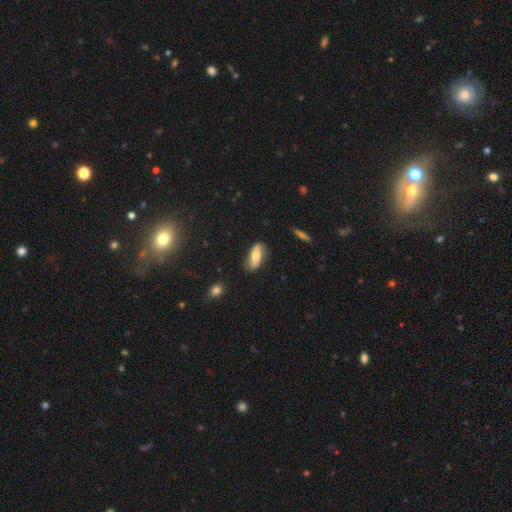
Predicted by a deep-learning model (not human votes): A smooth galaxy with no disk features (62%) that is in between round and cigar-shaped (75%).

Vote fractions:
- Smooth or featured? smooth: 62% / featured or disk: 31% / star or artifact: 7%
- How rounded? in between: 75% / cigar-shaped: 22% / round: 3%
- Merging? none: 80% / minor disturbance: 15% / major disturbance: 3% / merger: 2%